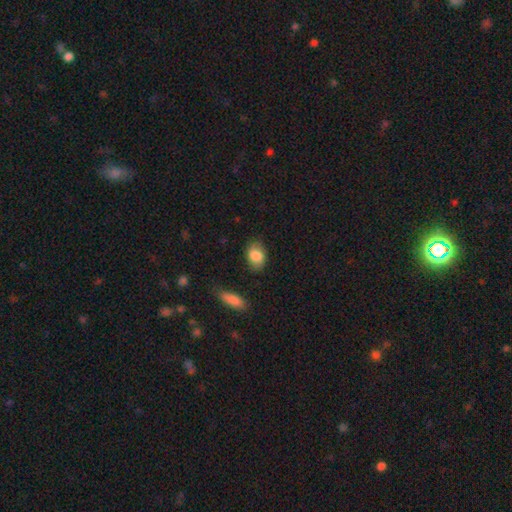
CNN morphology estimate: smooth_or_featured: smooth (p=0.83) [alt: featured or disk p=0.10]
how_rounded: in between (p=0.77) [alt: round p=0.21]
merging: none (p=0.77) [alt: minor disturbance p=0.17]